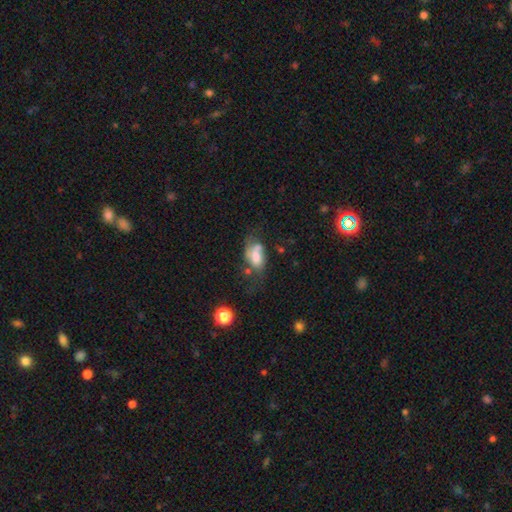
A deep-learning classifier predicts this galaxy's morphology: A smooth galaxy with no disk features (50%) that is in between round and cigar-shaped (86%). Merging: major disturbance (32%).